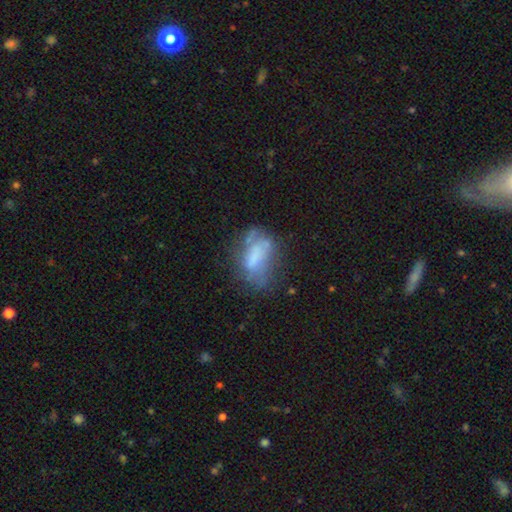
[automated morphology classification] A smooth galaxy with no disk features (48%).

Vote fractions:
- Smooth or featured? smooth: 48% / featured or disk: 40% / star or artifact: 12%
- Merging? none: 35% / major disturbance: 28% / minor disturbance: 27% / merger: 10%